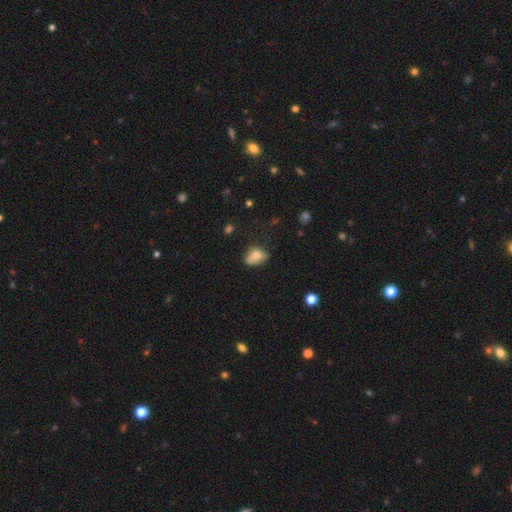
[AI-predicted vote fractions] A smooth galaxy with no disk features (74%) that is in between round and cigar-shaped (70%).

Vote fractions:
- Smooth or featured? smooth: 74% / featured or disk: 16% / star or artifact: 10%
- How rounded? in between: 70% / round: 28% / cigar-shaped: 2%
- Merging? none: 43% / minor disturbance: 31% / merger: 15% / major disturbance: 12%